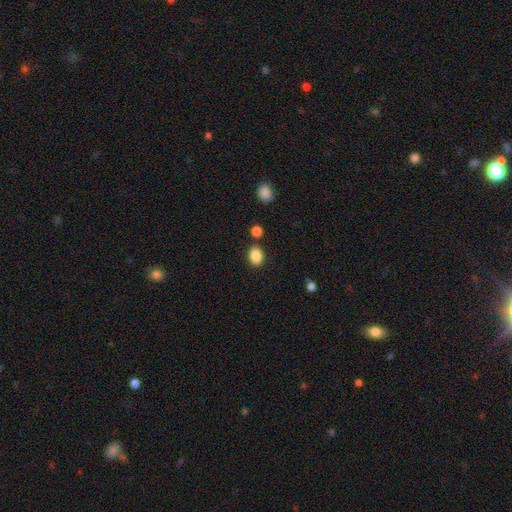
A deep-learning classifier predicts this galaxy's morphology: Overall: smooth (87%). How rounded: in between (68%; round 31%). Merging: none (81%).